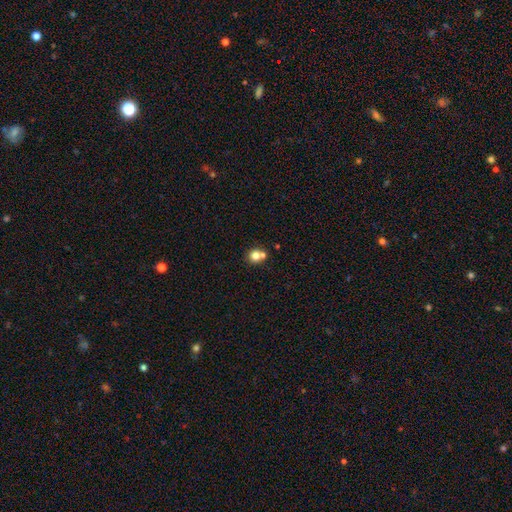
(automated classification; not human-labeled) Smooth or featured?
  - smooth: 77% *
  - star or artifact: 12%
  - featured or disk: 11%
How rounded?
  - round: 85% *
  - in between: 15%
  - cigar-shaped: 1%
Merging?
  - none: 49% *
  - merger: 40%
  - minor disturbance: 8%
  - major disturbance: 3%